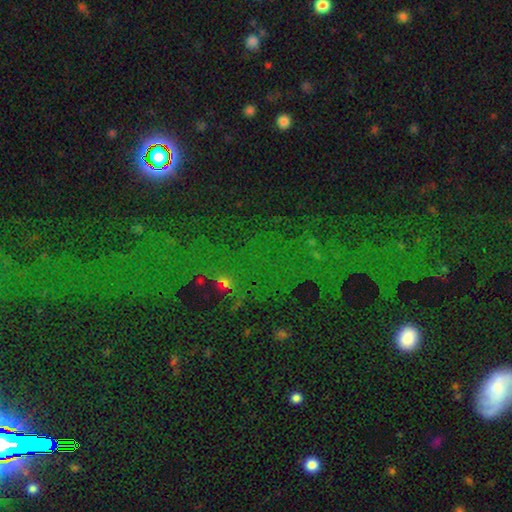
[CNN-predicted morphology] This is likely a star or artifact rather than a galaxy (68%).